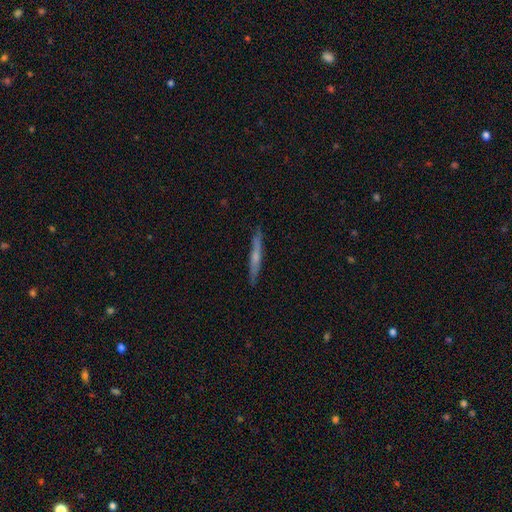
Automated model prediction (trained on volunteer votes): The model was most divided on "smooth or featured": featured or disk: 52%, smooth: 42%, star or artifact: 6%. More confident: edge-on disk — yes (96%); merging — none (90%).